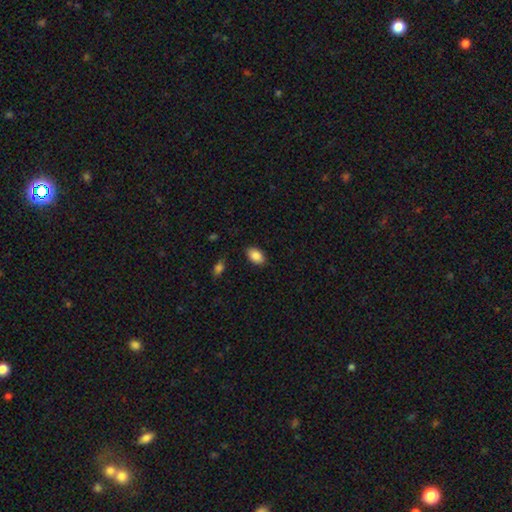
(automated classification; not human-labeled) Q: Smooth or featured?
A: smooth (88%); runner-up: star or artifact (7%)
Q: How rounded?
A: in between (88%); runner-up: round (10%)
Q: Merging?
A: none (86%); runner-up: minor disturbance (10%)